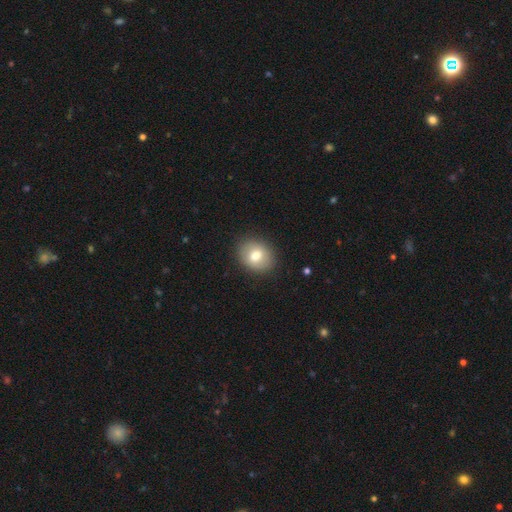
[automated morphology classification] Smooth or featured?
  - smooth: 74% *
  - featured or disk: 17%
  - star or artifact: 8%
How rounded?
  - round: 54% *
  - in between: 45%
  - cigar-shaped: 1%
Merging?
  - none: 87% *
  - minor disturbance: 9%
  - major disturbance: 3%
  - merger: 1%